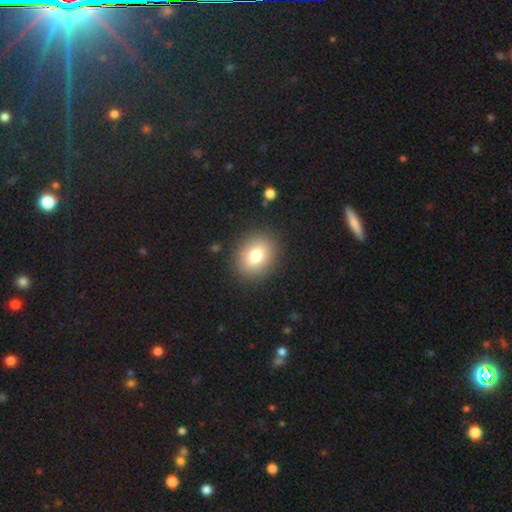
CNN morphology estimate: Smooth or featured: smooth — 80% (star or artifact — 10%)
How rounded: round — 50% (in between — 49%)
Merging: none — 88% (minor disturbance — 8%)